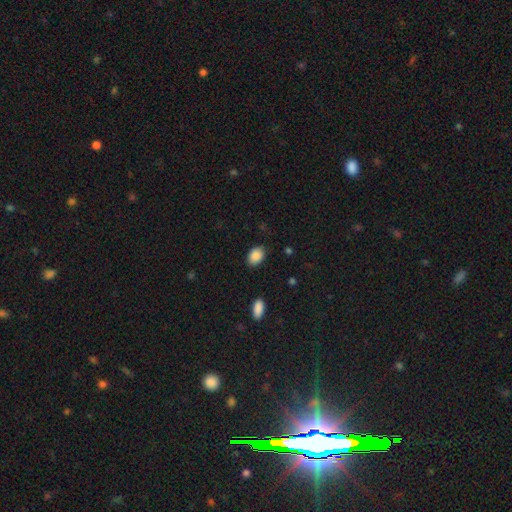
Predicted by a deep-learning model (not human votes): Morphology: type=smooth (89%); roundness=in between (76%); merging=none (85%).